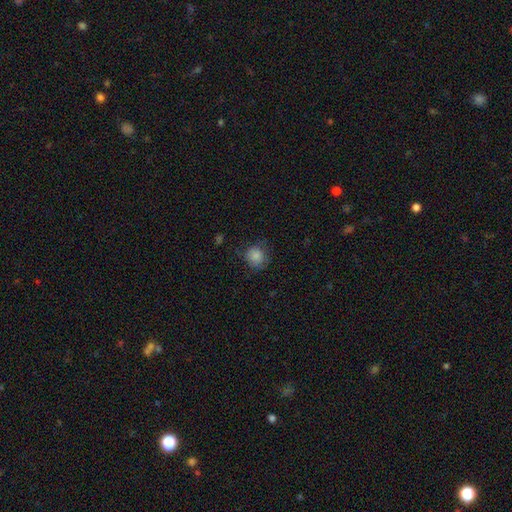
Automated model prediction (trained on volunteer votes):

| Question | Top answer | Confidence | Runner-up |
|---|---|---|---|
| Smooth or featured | smooth | 84% | star or artifact (9%) |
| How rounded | round | 85% | in between (14%) |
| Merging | none | 71% | minor disturbance (20%) |